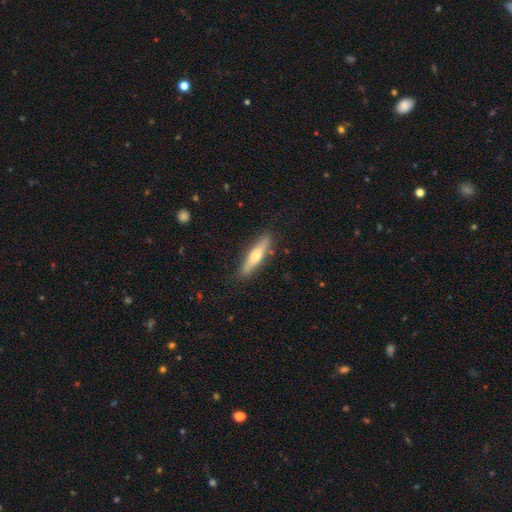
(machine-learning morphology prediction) Overall: smooth (53%; featured or disk 41%). How rounded: cigar-shaped (82%). Merging: none (87%).